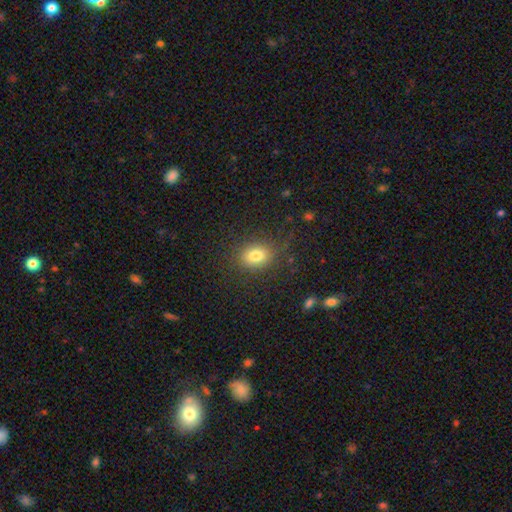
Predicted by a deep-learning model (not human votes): smooth 80%, star or artifact 12%, featured or disk 8%. Down the decision tree: how rounded — in between (61%); merging — none (83%).